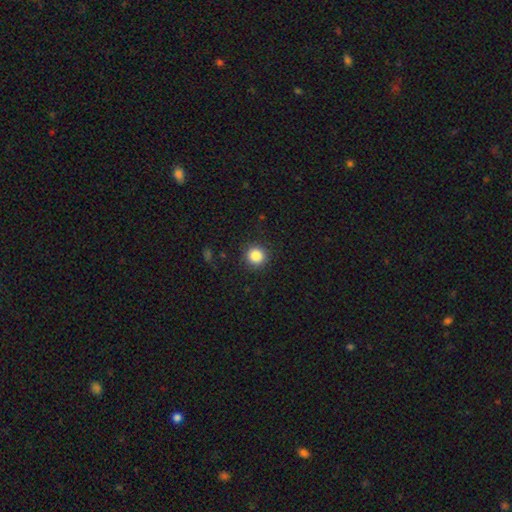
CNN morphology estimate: A smooth galaxy with no disk features (86%) that is round (94%). Merging: none (90%).